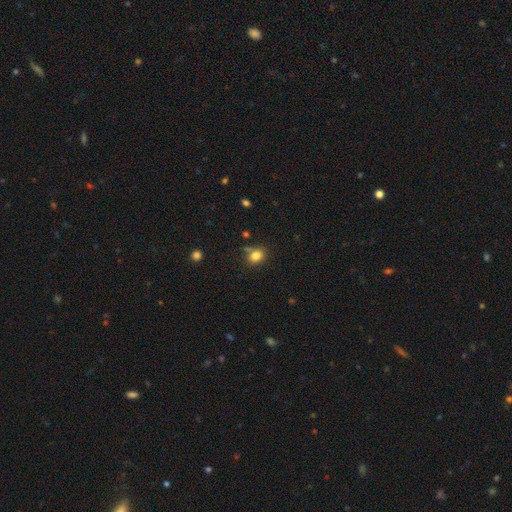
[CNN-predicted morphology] A smooth galaxy with no disk features (81%) that is round (52%).

Vote fractions:
- Smooth or featured? smooth: 81% / star or artifact: 12% / featured or disk: 7%
- How rounded? round: 52% / in between: 47% / cigar-shaped: 1%
- Merging? none: 71% / minor disturbance: 16% / merger: 8% / major disturbance: 4%